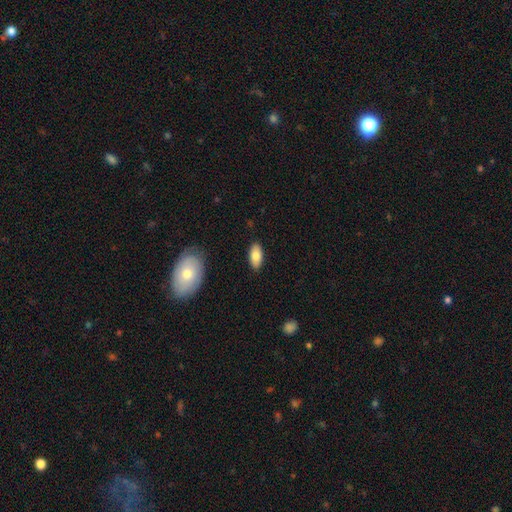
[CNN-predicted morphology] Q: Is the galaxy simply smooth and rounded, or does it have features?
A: smooth — 80%.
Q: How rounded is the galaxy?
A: in between — 91%.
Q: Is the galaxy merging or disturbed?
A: none — 87%.